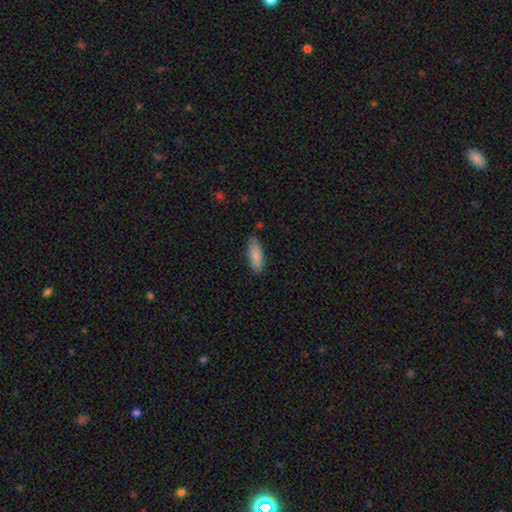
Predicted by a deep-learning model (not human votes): Overall: smooth (84%). How rounded: in between (67%; cigar-shaped 32%). Merging: none (82%).